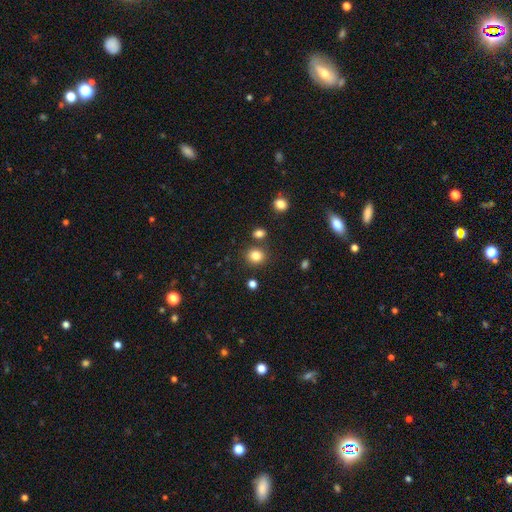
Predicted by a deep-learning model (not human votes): smooth_or_featured: smooth (p=0.82) [alt: star or artifact p=0.12]
how_rounded: round (p=0.83) [alt: in between p=0.16]
merging: none (p=0.82) [alt: minor disturbance p=0.08]